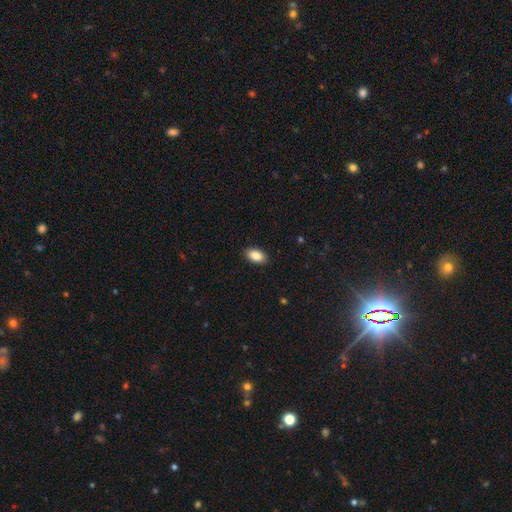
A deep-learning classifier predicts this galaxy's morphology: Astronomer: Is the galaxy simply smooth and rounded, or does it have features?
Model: smooth — 87%.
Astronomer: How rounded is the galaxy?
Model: in between — 93%.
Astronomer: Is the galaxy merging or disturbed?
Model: none — 90%.